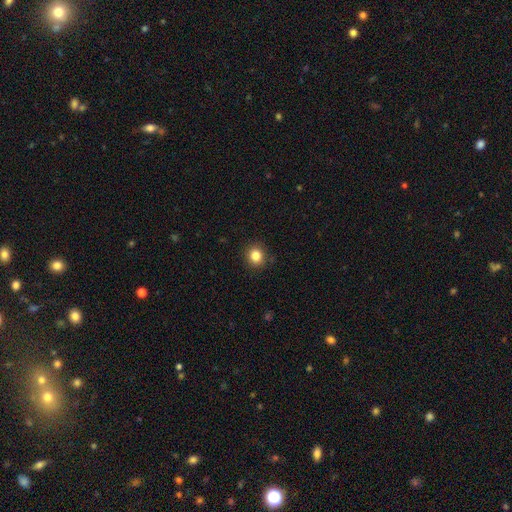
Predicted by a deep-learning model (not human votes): A smooth galaxy with no disk features (84%) that is round (84%). Merging: none (90%).